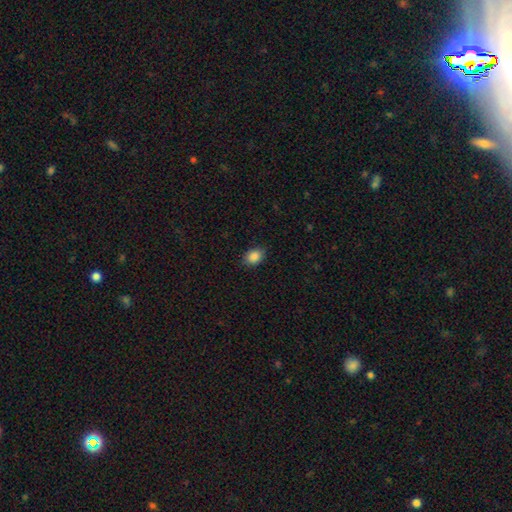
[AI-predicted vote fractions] smooth 88%, star or artifact 9%, featured or disk 4%. Down the decision tree: how rounded — in between (59%); merging — none (85%).